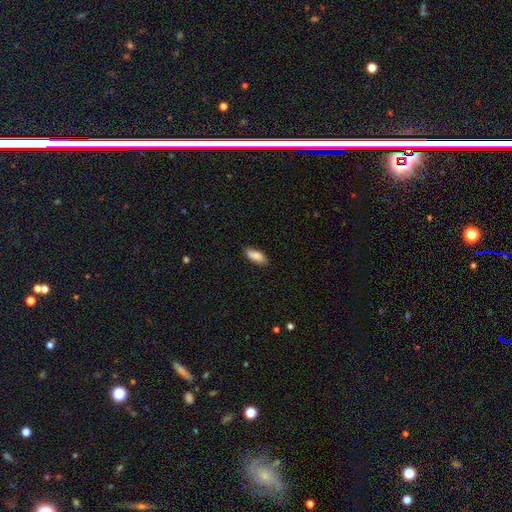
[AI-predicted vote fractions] This appears to be a smooth galaxy with no disk features (84%) that is in between round and cigar-shaped (76%). Merging: none (75%).